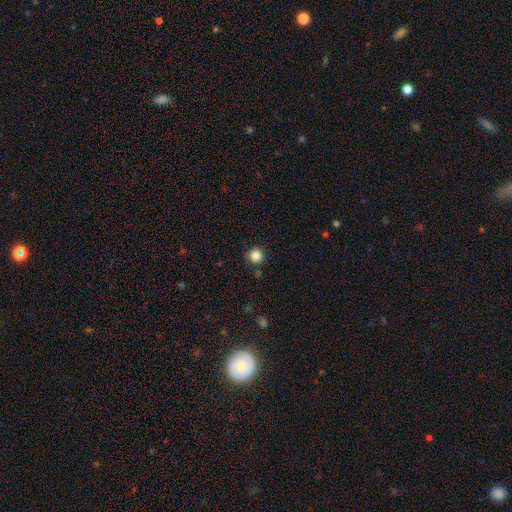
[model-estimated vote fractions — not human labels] smooth_or_featured: smooth (p=0.84) [alt: star or artifact p=0.11]
how_rounded: round (p=0.95) [alt: in between p=0.04]
merging: none (p=0.87) [alt: minor disturbance p=0.08]